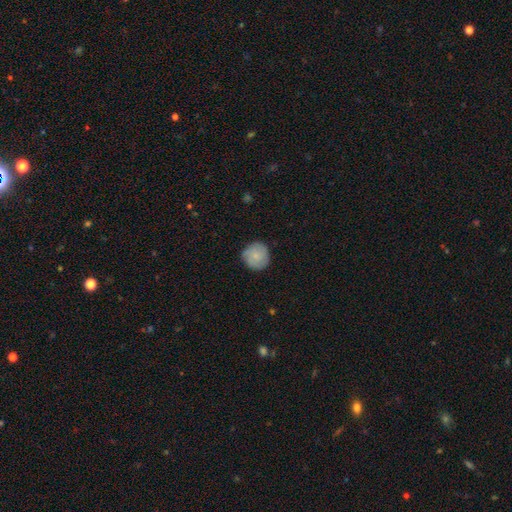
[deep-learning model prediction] Smooth or featured? Predicted: smooth (p=0.76). How rounded? Predicted: round (p=0.93). Merging? Predicted: none (p=0.80).